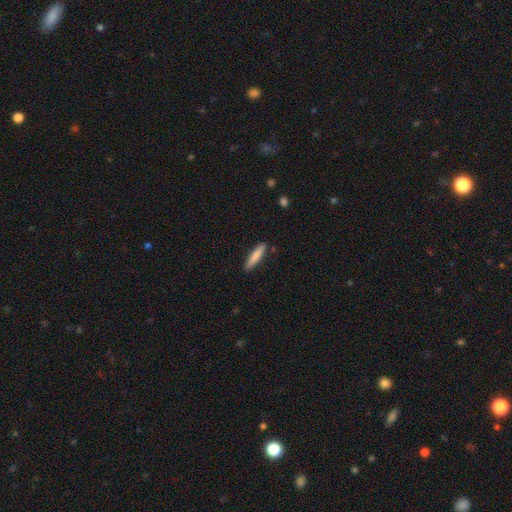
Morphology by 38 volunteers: A smooth galaxy with no disk features (79%) that is cigar-shaped (97%).

Vote fractions:
- Smooth or featured? smooth: 79% / featured or disk: 18% / star or artifact: 3%
- How rounded? cigar-shaped: 97% / in between: 3% / round: 0%
- Merging? none: 92% / minor disturbance: 8% / major disturbance: 0% / merger: 0%